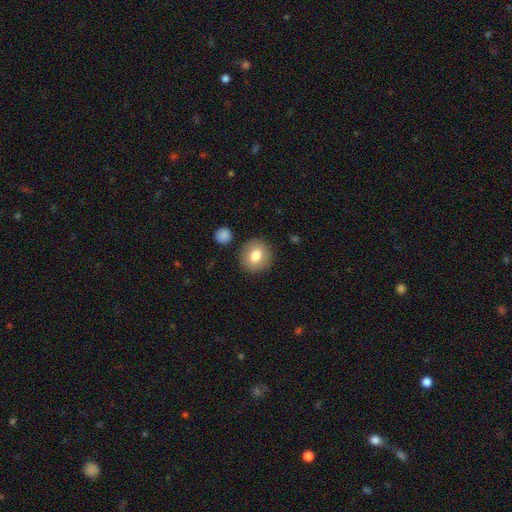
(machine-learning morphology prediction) smooth 79%, featured or disk 13%, star or artifact 8%. Down the decision tree: how rounded — round (83%); merging — none (87%).